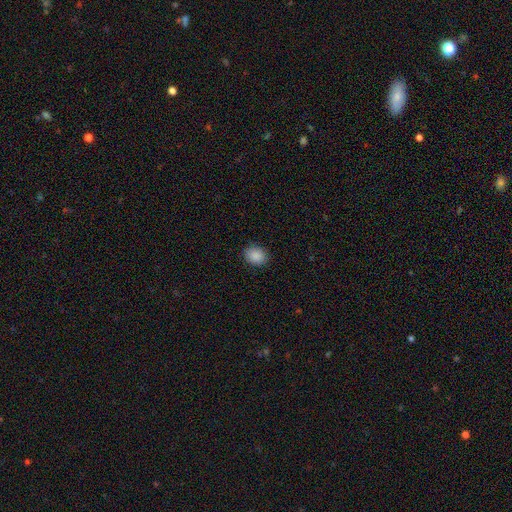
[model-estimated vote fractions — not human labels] The model was most divided on "how rounded": round: 52%, in between: 47%, cigar-shaped: 1%. More confident: smooth or featured — smooth (88%); merging — none (88%).